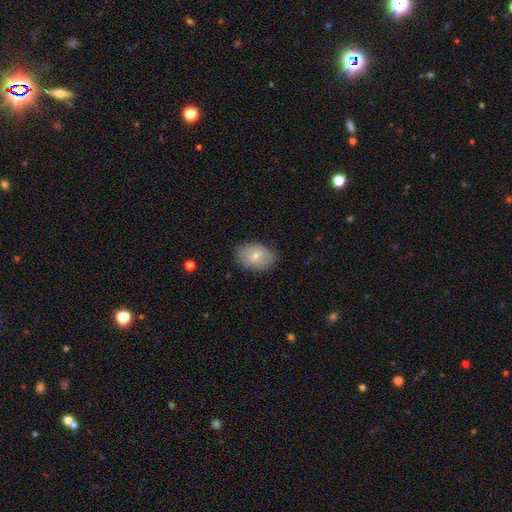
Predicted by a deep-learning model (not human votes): Q: Smooth or featured?
A: smooth (72%); runner-up: featured or disk (21%)
Q: How rounded?
A: in between (82%); runner-up: round (16%)
Q: Merging?
A: none (79%); runner-up: minor disturbance (16%)